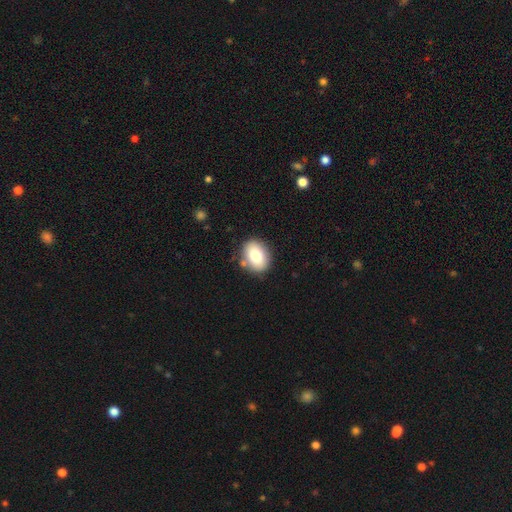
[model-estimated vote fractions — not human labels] The model was most divided on "how rounded": in between: 64%, round: 35%, cigar-shaped: 1%. More confident: merging — none (83%); smooth or featured — smooth (78%).